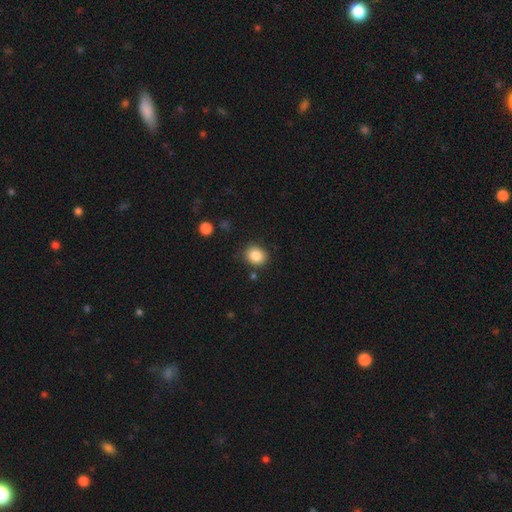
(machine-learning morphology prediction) smooth_or_featured: smooth (p=0.86) [alt: star or artifact p=0.09]
how_rounded: round (p=0.72) [alt: in between p=0.27]
merging: none (p=0.84) [alt: minor disturbance p=0.10]